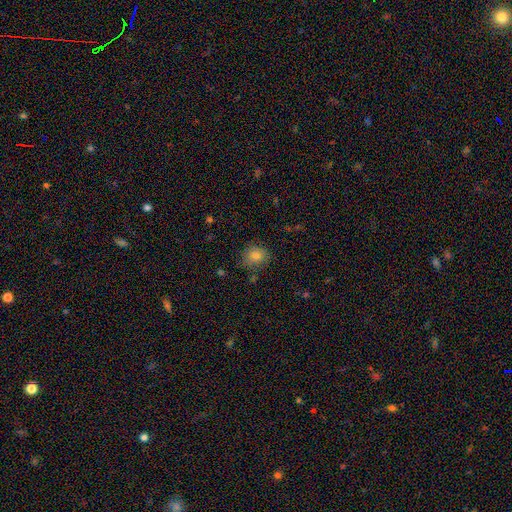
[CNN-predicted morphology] Smooth or featured: smooth — 79% (star or artifact — 12%)
How rounded: round — 69% (in between — 30%)
Merging: none — 80% (minor disturbance — 15%)